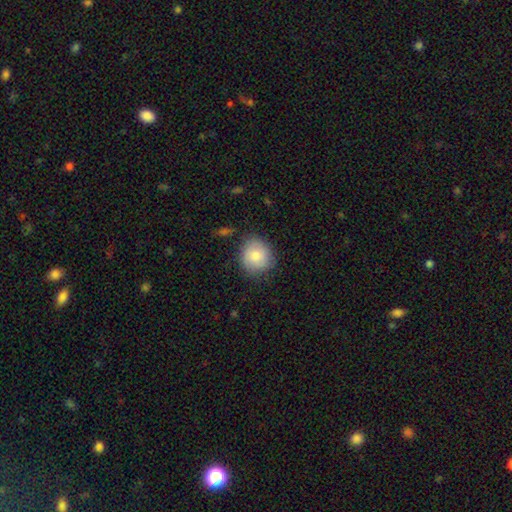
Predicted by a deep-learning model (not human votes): Smooth or featured? Predicted: smooth (p=0.81). How rounded? Predicted: round (p=0.86). Merging? Predicted: none (p=0.77).